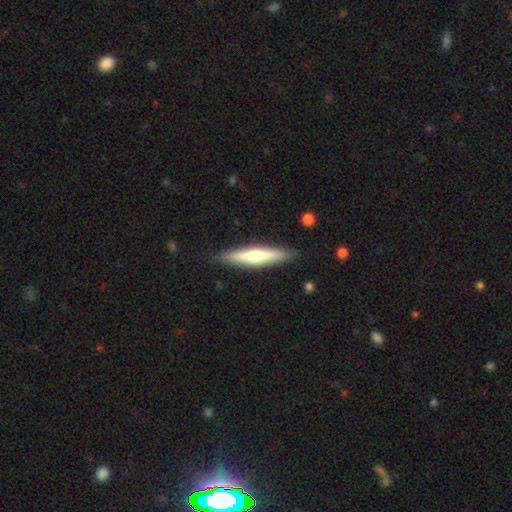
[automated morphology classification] Smooth or featured? smooth (51%)
How rounded? cigar-shaped (90%)
Merging? none (89%)